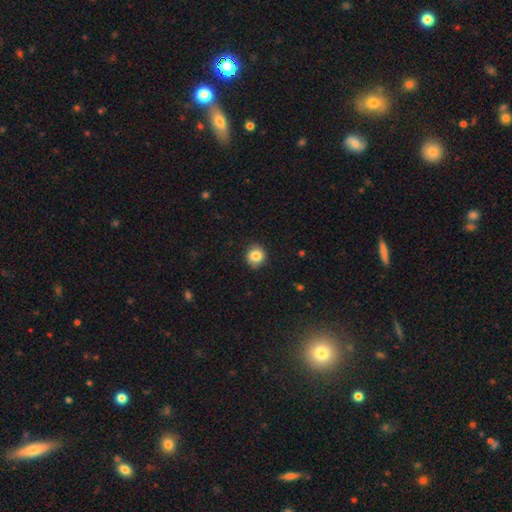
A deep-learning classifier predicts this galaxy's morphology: Smooth or featured? Predicted: smooth (p=0.84). How rounded? Predicted: round (p=0.87). Merging? Predicted: none (p=0.87).